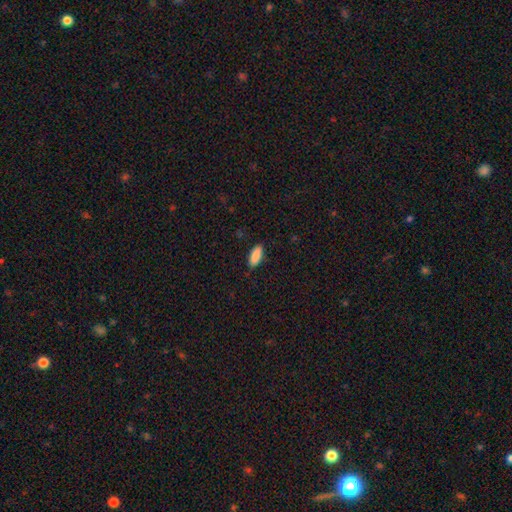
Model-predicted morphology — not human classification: This appears to be a smooth galaxy with no disk features (89%) that is in between round and cigar-shaped (78%). Merging: none (87%).